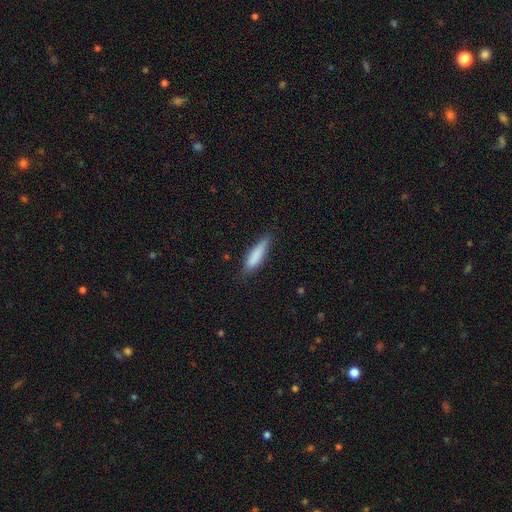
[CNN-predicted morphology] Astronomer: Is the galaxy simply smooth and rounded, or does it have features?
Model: smooth — 82%.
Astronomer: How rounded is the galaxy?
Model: cigar-shaped — 71%.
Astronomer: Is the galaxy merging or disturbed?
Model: none — 76%.